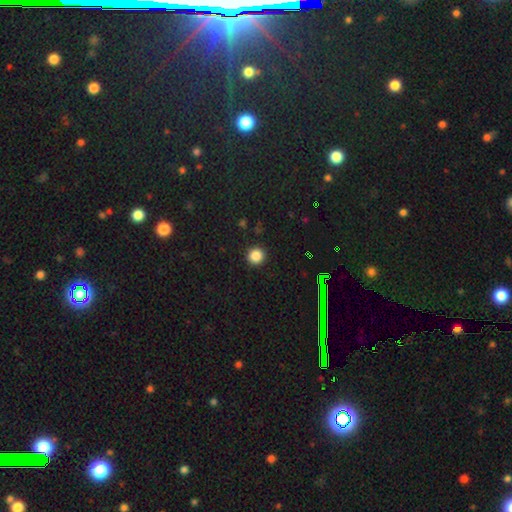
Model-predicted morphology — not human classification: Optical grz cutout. It shows a smooth galaxy with no disk features (85%) that is round (94%). Merging: none (92%).